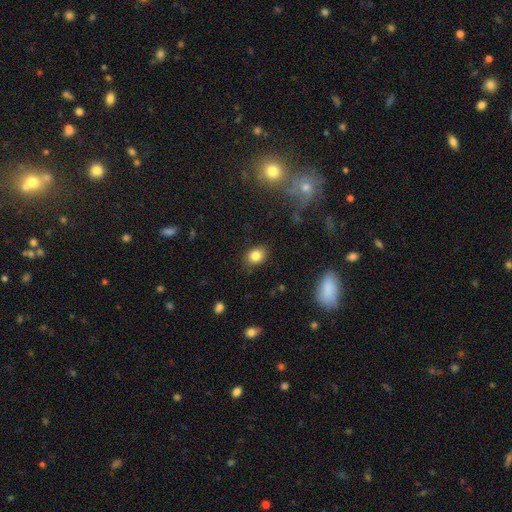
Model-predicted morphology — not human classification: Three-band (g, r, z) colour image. It shows a smooth galaxy with no disk features (83%) that is in between round and cigar-shaped (58%). Merging: none (85%).